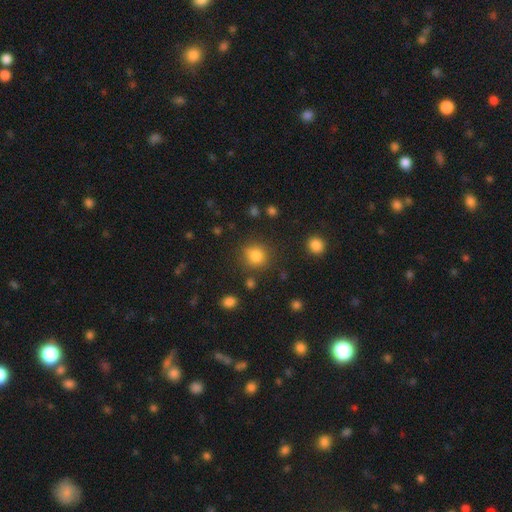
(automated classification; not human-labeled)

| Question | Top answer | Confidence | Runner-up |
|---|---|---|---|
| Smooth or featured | smooth | 83% | star or artifact (12%) |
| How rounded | round | 89% | in between (10%) |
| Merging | none | 83% | minor disturbance (9%) |